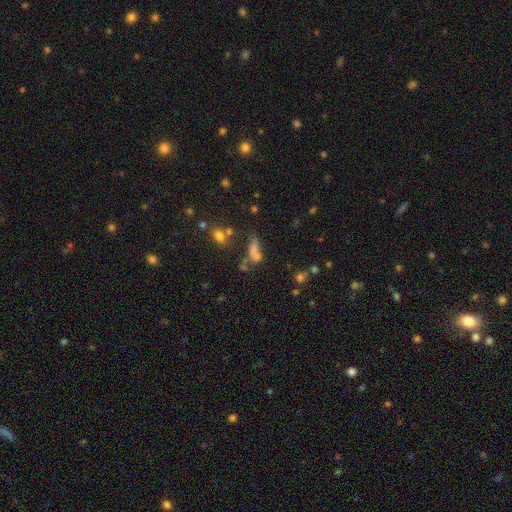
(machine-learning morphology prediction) smooth-or-featured: smooth: 63% | star or artifact: 19% | featured or disk: 17%
  how-rounded: in between: 59% | cigar-shaped: 28% | round: 13%
  merging: none: 35% | merger: 30% | major disturbance: 17% | minor disturbance: 17%